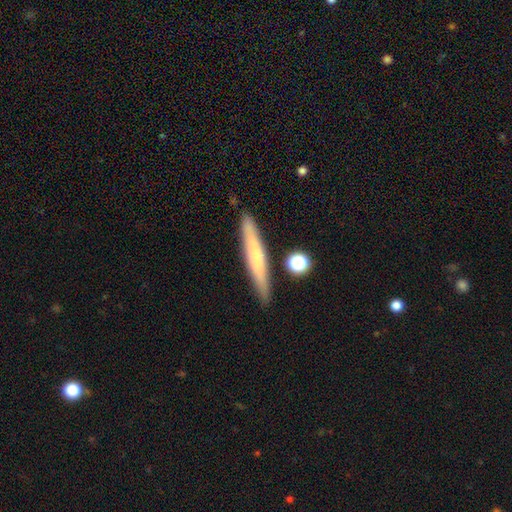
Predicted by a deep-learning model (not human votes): The model was most divided on "smooth or featured": smooth: 50%, featured or disk: 42%, star or artifact: 9%. More confident: merging — none (85%).